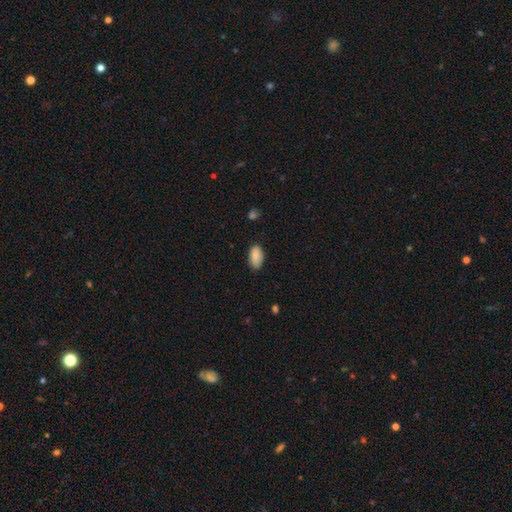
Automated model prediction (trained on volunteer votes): A smooth galaxy with no disk features (86%) that is in between round and cigar-shaped (94%). Merging: none (82%).